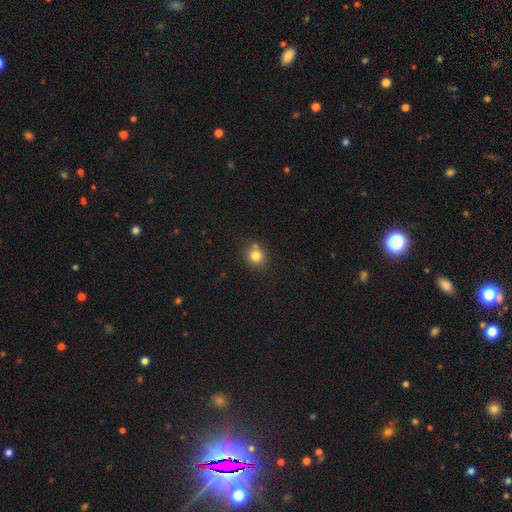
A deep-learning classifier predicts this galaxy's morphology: Smooth or featured?
  - smooth: 81% *
  - star or artifact: 12%
  - featured or disk: 7%
How rounded?
  - round: 88% *
  - in between: 11%
  - cigar-shaped: 1%
Merging?
  - none: 72% *
  - merger: 15%
  - minor disturbance: 11%
  - major disturbance: 3%